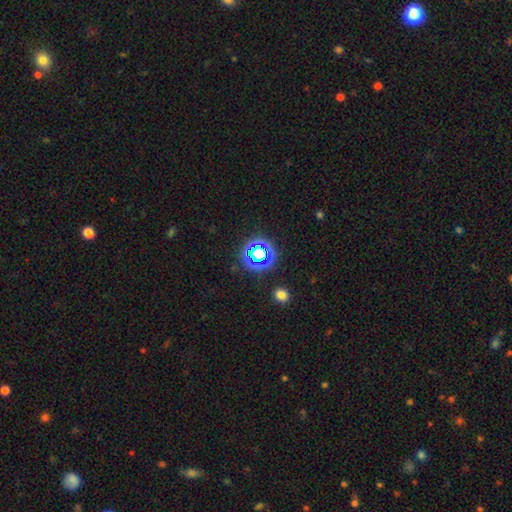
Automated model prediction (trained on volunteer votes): Morphology: type=star or artifact (63%).